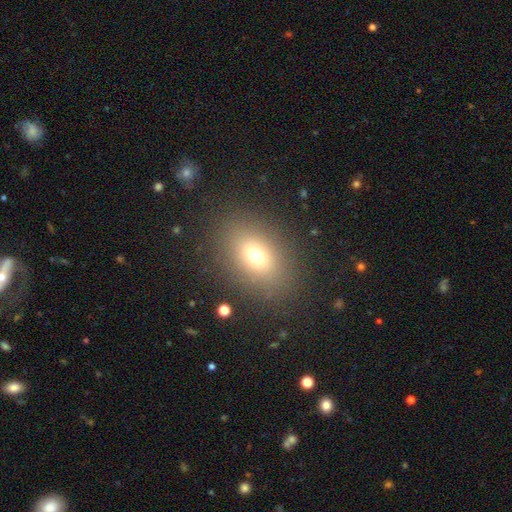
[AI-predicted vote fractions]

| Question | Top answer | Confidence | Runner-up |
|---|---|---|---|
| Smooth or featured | smooth | 71% | star or artifact (16%) |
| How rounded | in between | 72% | round (26%) |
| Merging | none | 86% | minor disturbance (8%) |